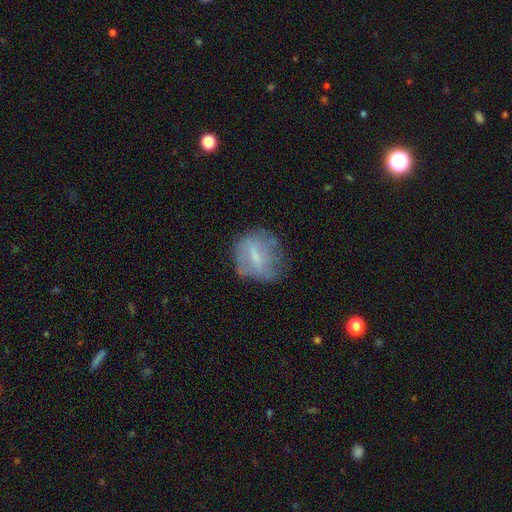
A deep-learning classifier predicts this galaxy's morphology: Smooth or featured: smooth — 47% (featured or disk — 43%)
Merging: none — 55% (minor disturbance — 26%)